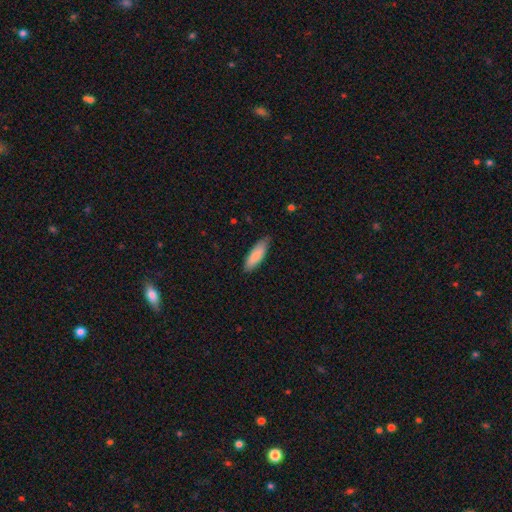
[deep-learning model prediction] Smooth or featured? smooth (86%)
How rounded? in between (52%)
Merging? none (80%)